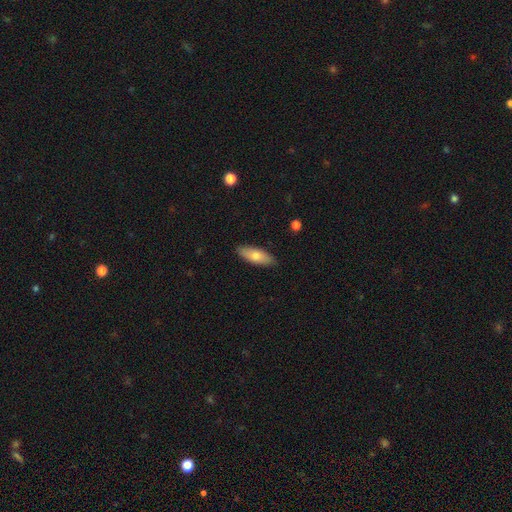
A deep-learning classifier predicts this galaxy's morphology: Smooth or featured? Predicted: smooth (p=0.72). How rounded? Predicted: in between (p=0.69). Merging? Predicted: none (p=0.87).